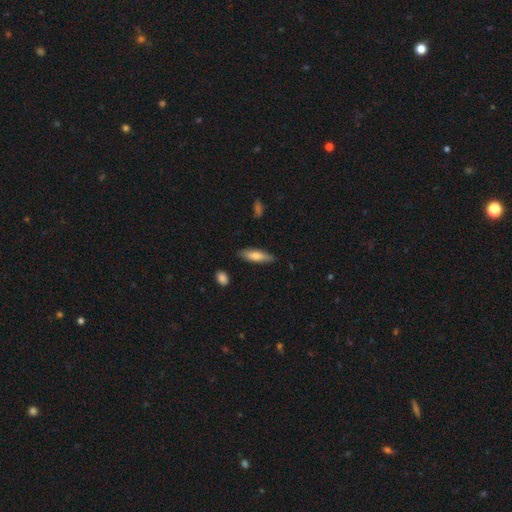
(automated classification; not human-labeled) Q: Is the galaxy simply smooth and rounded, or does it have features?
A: smooth — 71%.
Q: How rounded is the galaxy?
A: cigar-shaped — 61%.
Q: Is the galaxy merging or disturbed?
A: none — 84%.